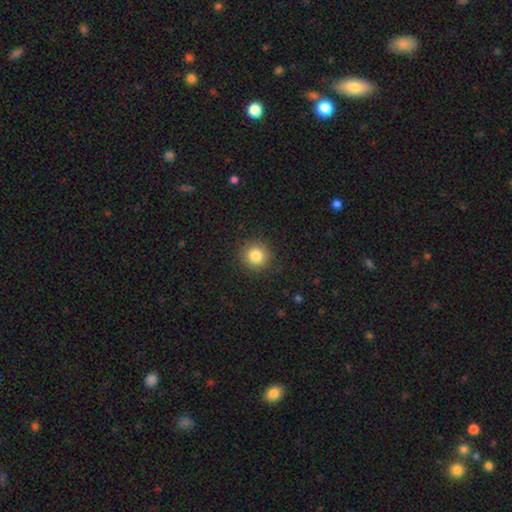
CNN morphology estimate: The model was most divided on "smooth or featured": smooth: 84%, star or artifact: 11%, featured or disk: 6%. More confident: how rounded — round (92%); merging — none (90%).